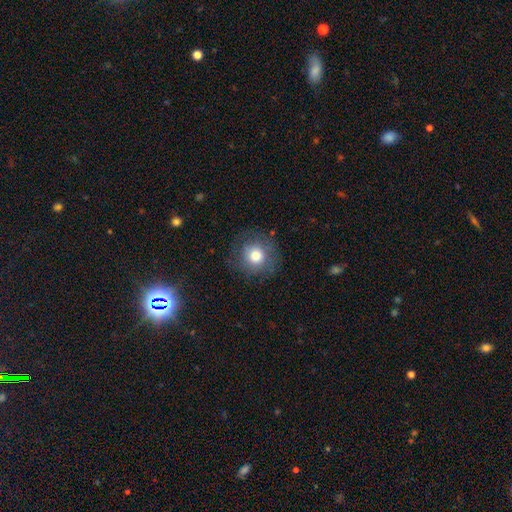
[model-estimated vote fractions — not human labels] Smooth or featured?
  - smooth: 75% *
  - featured or disk: 14%
  - star or artifact: 11%
How rounded?
  - round: 92% *
  - in between: 7%
  - cigar-shaped: 1%
Merging?
  - none: 80% *
  - minor disturbance: 12%
  - major disturbance: 7%
  - merger: 1%